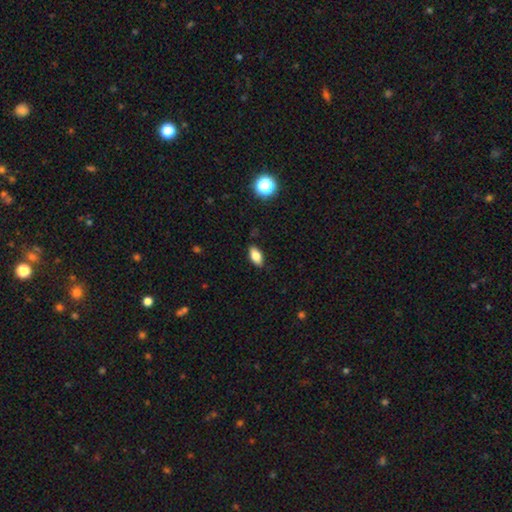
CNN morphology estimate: smooth-or-featured: smooth: 78% | featured or disk: 13% | star or artifact: 9%
  how-rounded: in between: 88% | cigar-shaped: 7% | round: 5%
  merging: none: 86% | minor disturbance: 11% | major disturbance: 2% | merger: 1%